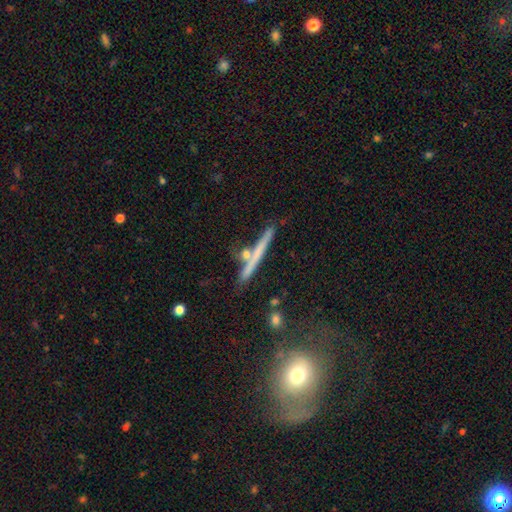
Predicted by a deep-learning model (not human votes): Smooth or featured? featured or disk (55%)
Edge-on disk? yes (94%)
Edge-on bulge? none (70%)
Merging? none (73%)